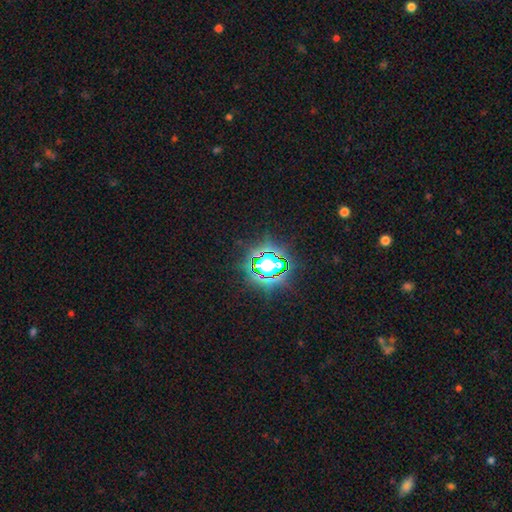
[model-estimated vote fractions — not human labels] star or artifact 82%, smooth 11%, featured or disk 7%.